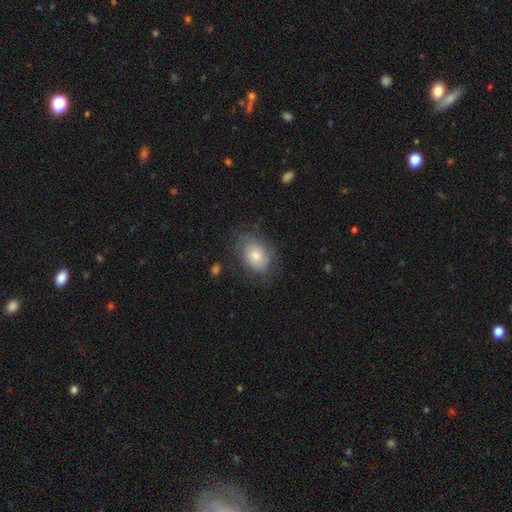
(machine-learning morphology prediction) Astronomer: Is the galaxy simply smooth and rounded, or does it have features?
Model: smooth — 73%.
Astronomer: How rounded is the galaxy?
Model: in between — 75%.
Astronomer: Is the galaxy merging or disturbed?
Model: none — 67%.